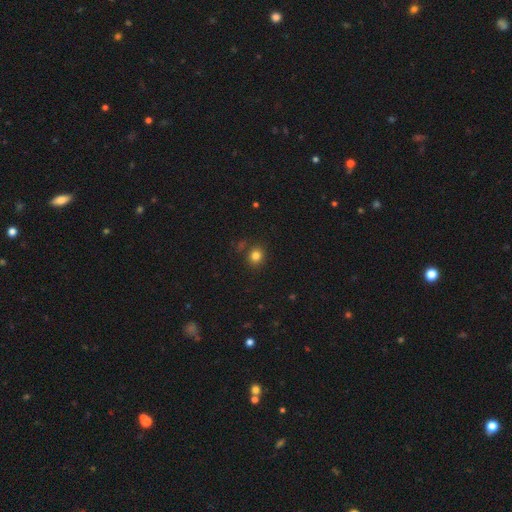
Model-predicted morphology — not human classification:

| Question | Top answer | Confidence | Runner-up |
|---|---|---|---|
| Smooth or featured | smooth | 81% | star or artifact (13%) |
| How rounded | round | 75% | in between (24%) |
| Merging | none | 83% | minor disturbance (10%) |